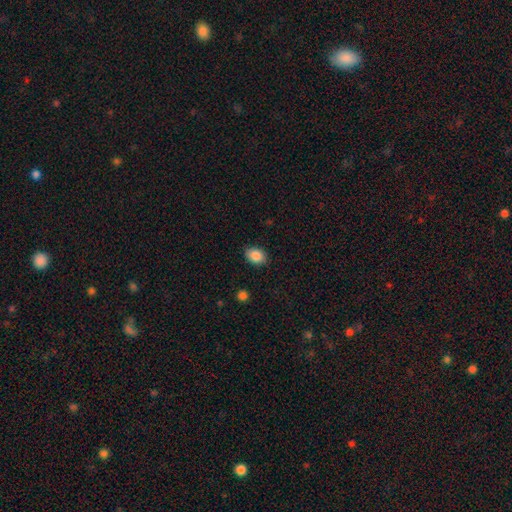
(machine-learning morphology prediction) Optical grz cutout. It shows a smooth galaxy with no disk features (88%) that is in between round and cigar-shaped (72%). Merging: none (86%).